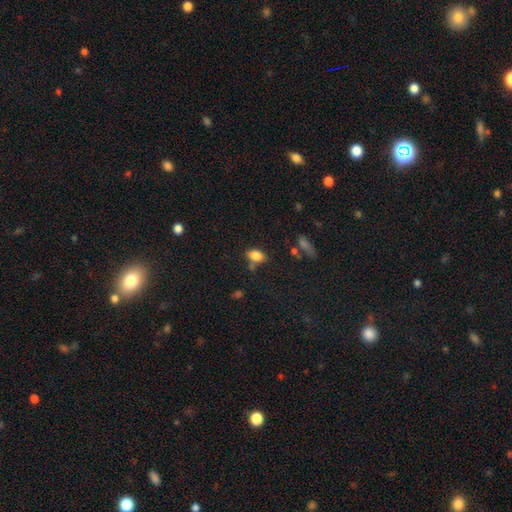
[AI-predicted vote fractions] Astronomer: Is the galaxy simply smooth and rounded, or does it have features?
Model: smooth — 83%.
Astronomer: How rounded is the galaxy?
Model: in between — 86%.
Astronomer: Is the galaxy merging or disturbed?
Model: none — 68%.